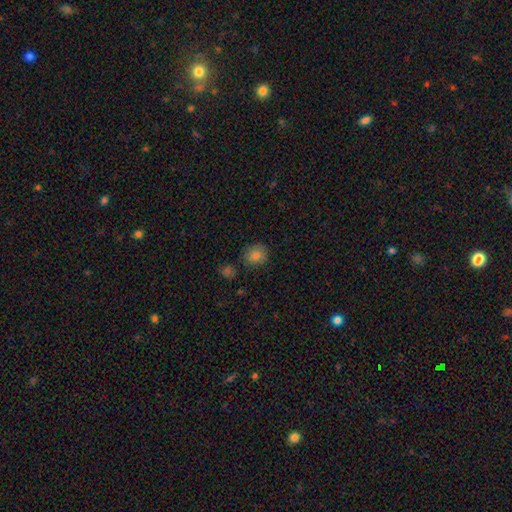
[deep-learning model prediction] The model was most divided on "how rounded": round: 73%, in between: 26%, cigar-shaped: 1%. More confident: smooth or featured — smooth (82%); merging — none (78%).